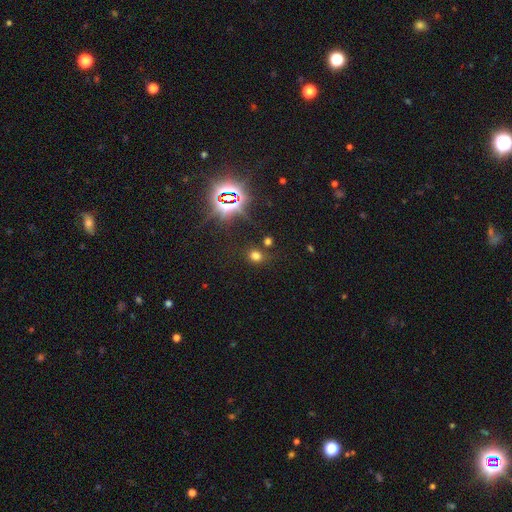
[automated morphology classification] Q: Smooth or featured?
A: smooth (62%); runner-up: star or artifact (31%)
Q: How rounded?
A: round (66%); runner-up: in between (32%)
Q: Merging?
A: none (76%); runner-up: minor disturbance (12%)